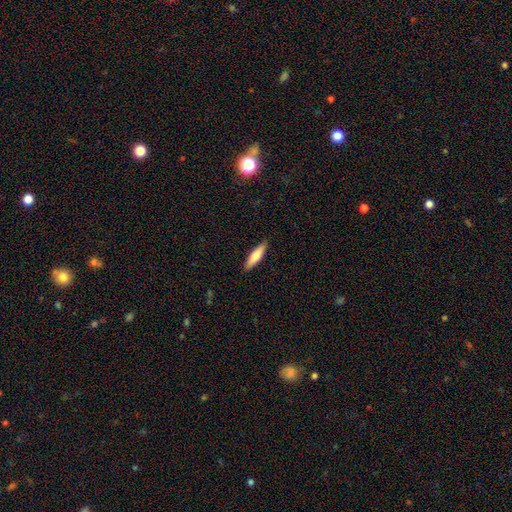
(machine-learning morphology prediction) A smooth galaxy with no disk features (69%) that is cigar-shaped (74%). Merging: none (90%).